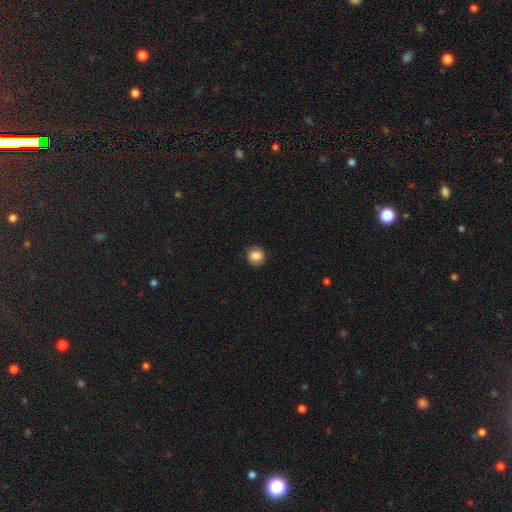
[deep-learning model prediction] Smooth or featured: smooth — 85% (star or artifact — 9%)
How rounded: round — 82% (in between — 17%)
Merging: none — 85% (minor disturbance — 11%)